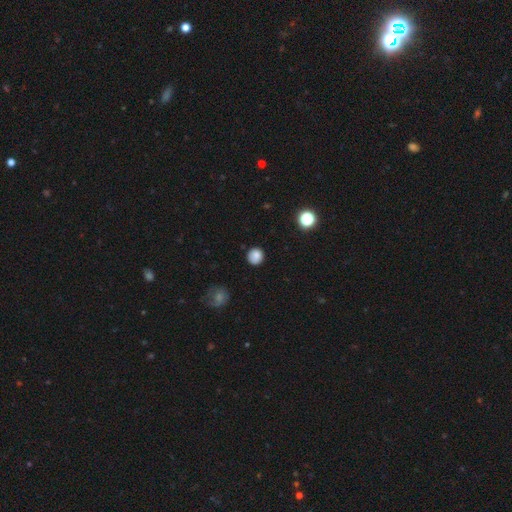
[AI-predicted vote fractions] Smooth or featured? Predicted: smooth (p=0.83). How rounded? Predicted: round (p=0.91). Merging? Predicted: none (p=0.87).